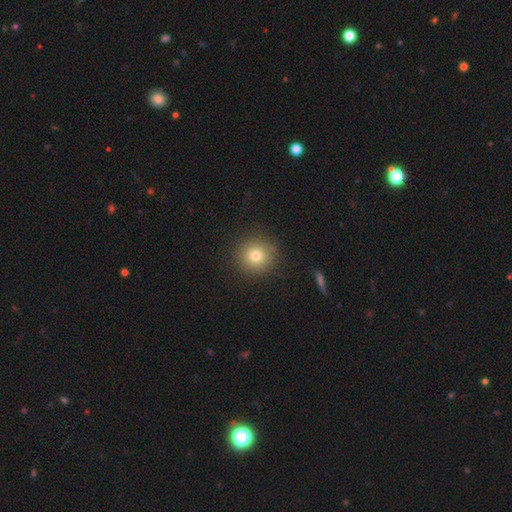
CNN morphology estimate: Smooth or featured? Predicted: smooth (p=0.77). How rounded? Predicted: round (p=0.94). Merging? Predicted: none (p=0.90).